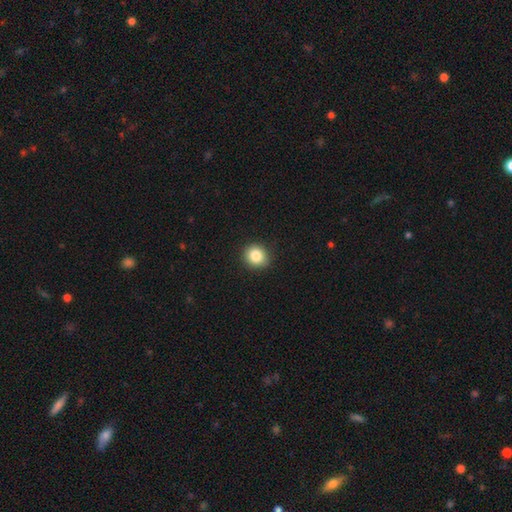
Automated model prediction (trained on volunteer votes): smooth-or-featured: smooth: 85% | star or artifact: 10% | featured or disk: 5%
  how-rounded: round: 84% | in between: 16% | cigar-shaped: 1%
  merging: none: 91% | minor disturbance: 7% | major disturbance: 2% | merger: 1%